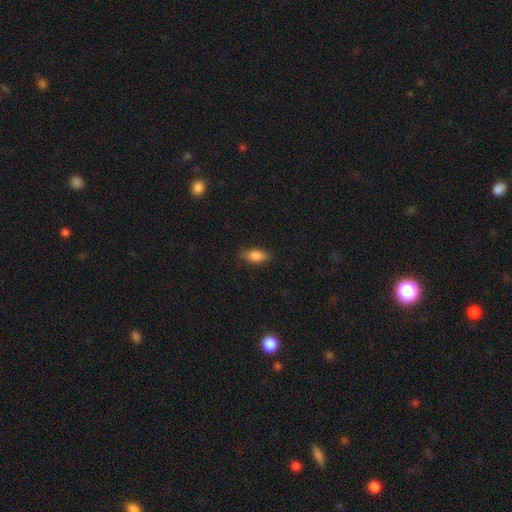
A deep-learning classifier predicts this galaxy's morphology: smooth_or_featured: smooth (p=0.84) [alt: featured or disk p=0.08]
how_rounded: in between (p=0.83) [alt: cigar-shaped p=0.14]
merging: none (p=0.83) [alt: minor disturbance p=0.13]